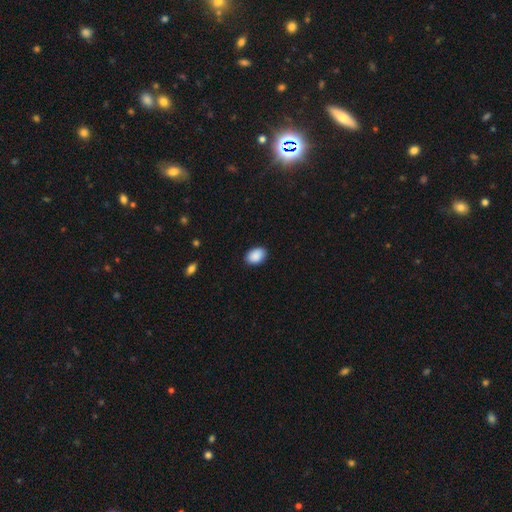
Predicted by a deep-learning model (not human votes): This is clearly a smooth galaxy (90%). How rounded: clearly in between (84%). Merging: clearly none (88%).